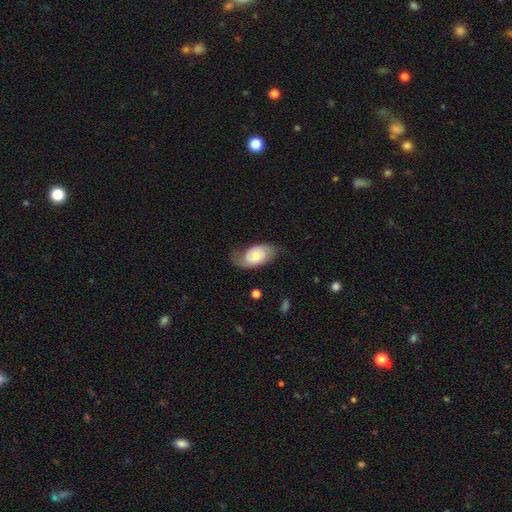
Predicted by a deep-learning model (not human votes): Morphology: type=featured or disk (56%); edge-on=no (94%); bar=no (68%); spiral arms=yes (85%); bulge=moderate (47%); merging=none (60%).